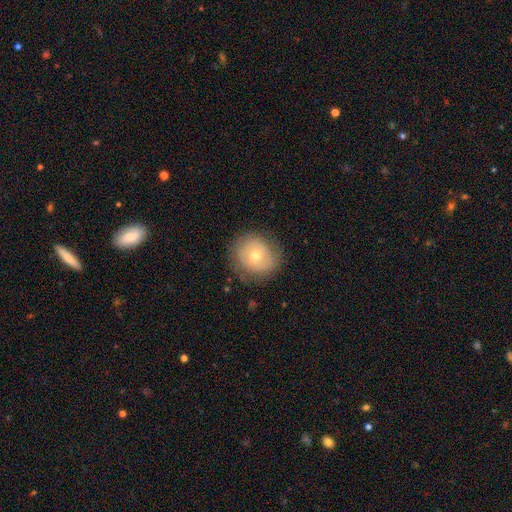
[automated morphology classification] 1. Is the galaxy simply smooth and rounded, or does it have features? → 57% smooth, 35% featured or disk, 9% star or artifact.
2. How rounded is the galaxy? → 82% round, 17% in between, 1% cigar-shaped.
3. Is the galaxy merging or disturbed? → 78% none, 15% minor disturbance, 6% major disturbance, 1% merger.